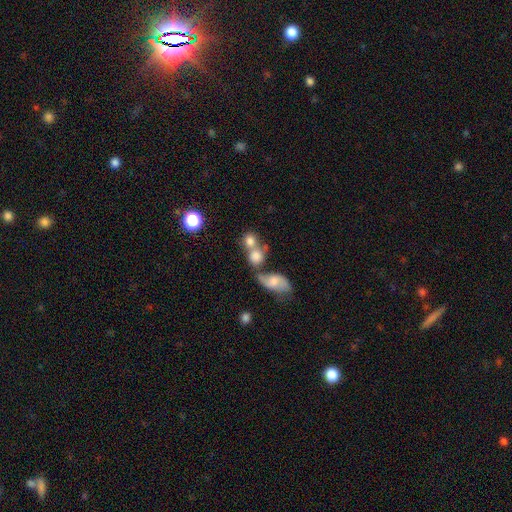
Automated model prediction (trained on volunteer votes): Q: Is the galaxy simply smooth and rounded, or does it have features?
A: smooth — 77%.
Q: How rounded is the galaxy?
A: round — 64%.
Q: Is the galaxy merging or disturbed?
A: merger — 54%.